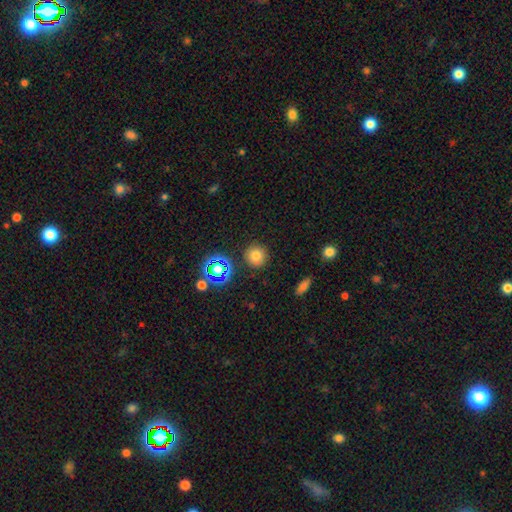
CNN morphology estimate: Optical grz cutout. It shows a smooth galaxy with no disk features (75%) that is round (93%). Merging: none (89%).